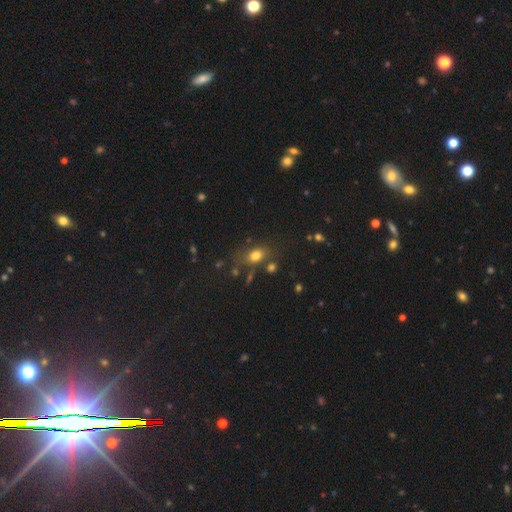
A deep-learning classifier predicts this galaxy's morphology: smooth 77%, star or artifact 13%, featured or disk 10%. Down the decision tree: how rounded — in between (75%); merging — none (67%).